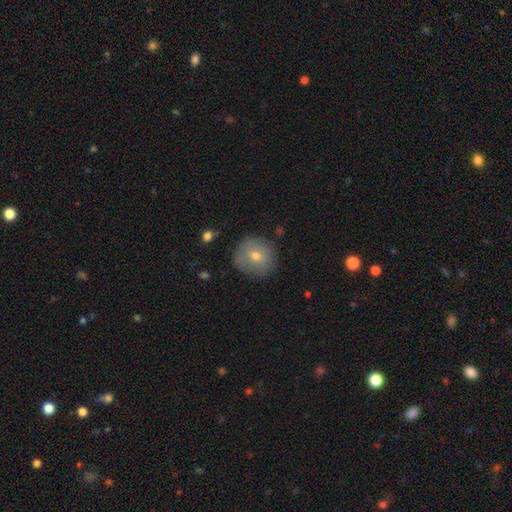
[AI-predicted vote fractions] smooth_or_featured: smooth (p=0.67) [alt: featured or disk p=0.22]
how_rounded: round (p=0.91) [alt: in between p=0.08]
merging: none (p=0.82) [alt: minor disturbance p=0.13]